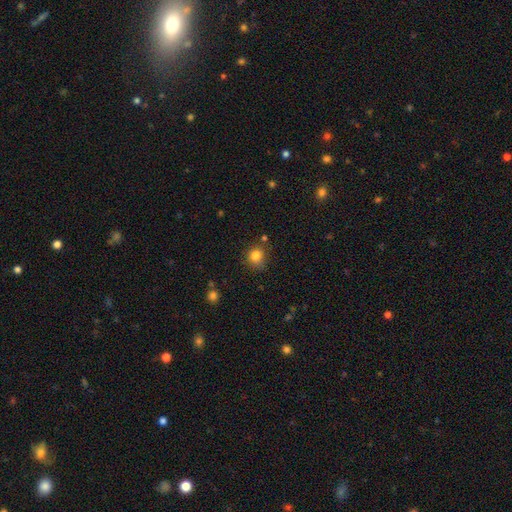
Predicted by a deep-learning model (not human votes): smooth_or_featured: smooth (p=0.82) [alt: star or artifact p=0.12]
how_rounded: round (p=0.81) [alt: in between p=0.18]
merging: none (p=0.74) [alt: minor disturbance p=0.17]